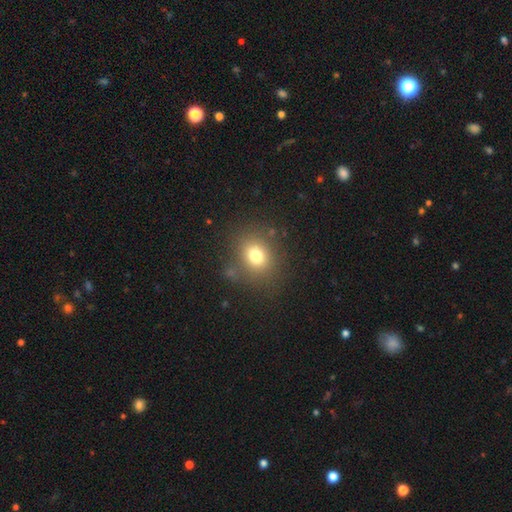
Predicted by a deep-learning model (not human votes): Q: Smooth or featured?
A: smooth (75%); runner-up: star or artifact (14%)
Q: How rounded?
A: round (62%); runner-up: in between (37%)
Q: Merging?
A: none (79%); runner-up: minor disturbance (12%)